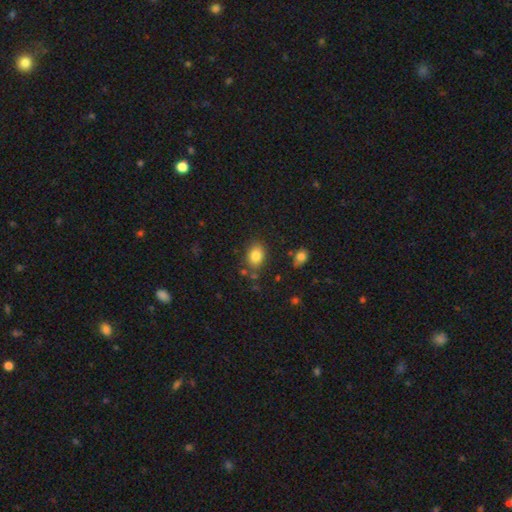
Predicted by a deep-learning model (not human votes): This is clearly a smooth galaxy (83%). How rounded: likely in between (68%). Merging: likely none (78%).